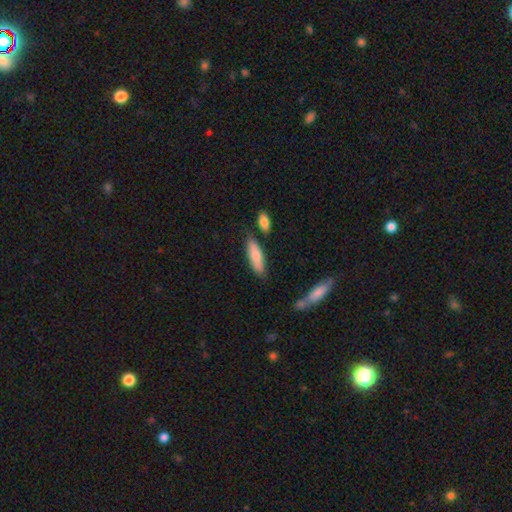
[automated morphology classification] smooth-or-featured: smooth: 79% | featured or disk: 15% | star or artifact: 6%
  how-rounded: cigar-shaped: 51% | in between: 47% | round: 2%
  merging: none: 73% | minor disturbance: 15% | merger: 9% | major disturbance: 3%